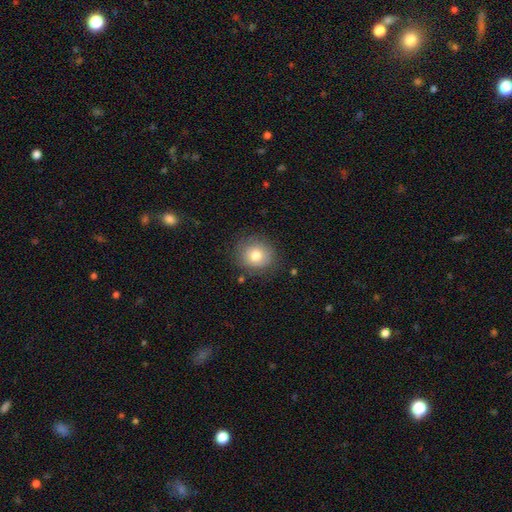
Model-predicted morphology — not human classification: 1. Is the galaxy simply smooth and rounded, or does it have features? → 78% smooth, 12% featured or disk, 10% star or artifact.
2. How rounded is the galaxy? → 84% round, 15% in between, 1% cigar-shaped.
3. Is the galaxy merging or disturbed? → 83% none, 12% minor disturbance, 4% major disturbance, 2% merger.